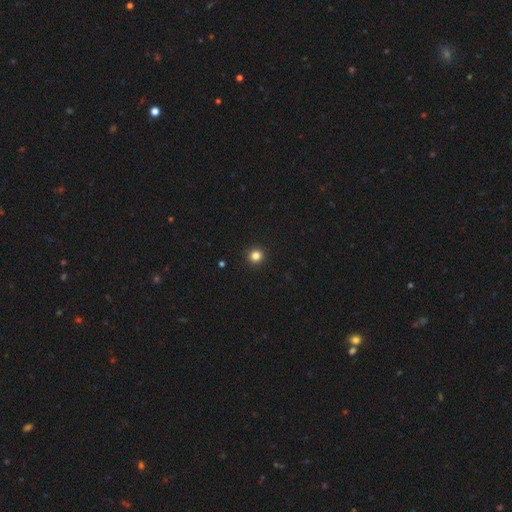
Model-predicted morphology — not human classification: Smooth or featured?
  - smooth: 83% *
  - star or artifact: 12%
  - featured or disk: 4%
How rounded?
  - round: 95% *
  - in between: 4%
  - cigar-shaped: 1%
Merging?
  - none: 94% *
  - minor disturbance: 4%
  - major disturbance: 1%
  - merger: 1%